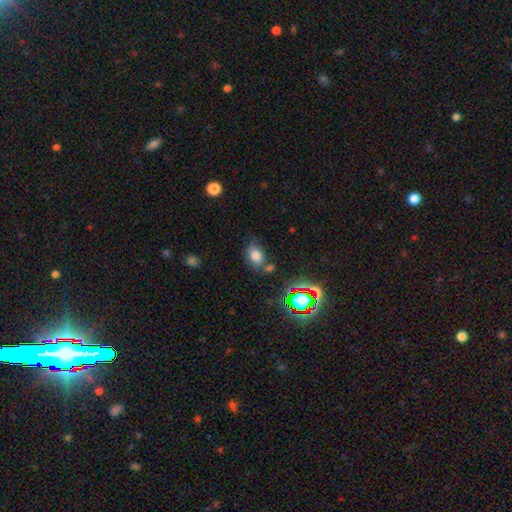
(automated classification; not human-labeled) A smooth galaxy with no disk features (73%) that is in between round and cigar-shaped (69%). Merging: none (64%).